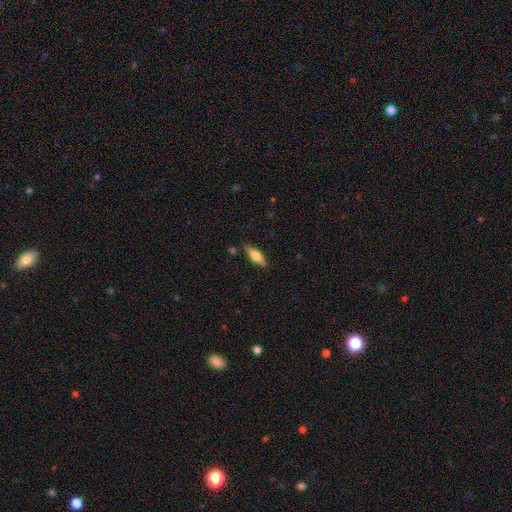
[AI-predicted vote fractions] smooth-or-featured: smooth: 60% | featured or disk: 34% | star or artifact: 7%
  how-rounded: in between: 61% | cigar-shaped: 37% | round: 3%
  merging: none: 83% | minor disturbance: 12% | major disturbance: 2% | merger: 2%